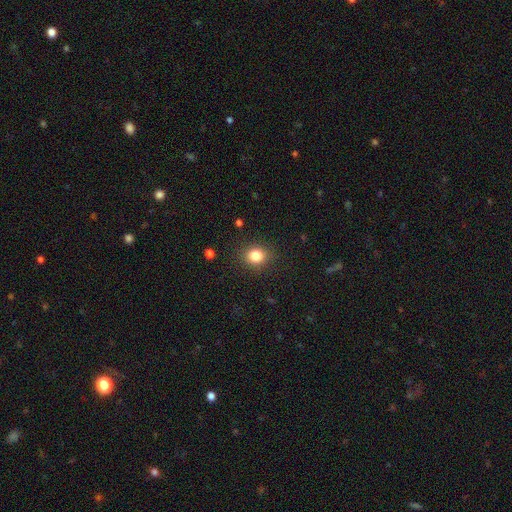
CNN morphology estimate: smooth-or-featured: smooth: 82% | star or artifact: 12% | featured or disk: 6%
  how-rounded: round: 72% | in between: 27% | cigar-shaped: 1%
  merging: none: 87% | minor disturbance: 8% | major disturbance: 3% | merger: 1%